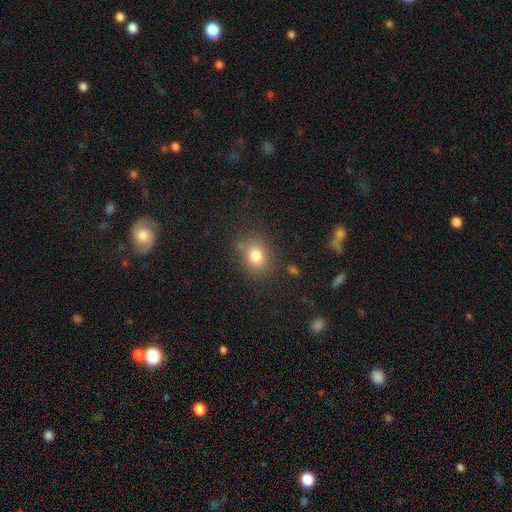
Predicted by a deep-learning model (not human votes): Smooth or featured? Predicted: smooth (p=0.79). How rounded? Predicted: in between (p=0.52). Merging? Predicted: none (p=0.75).